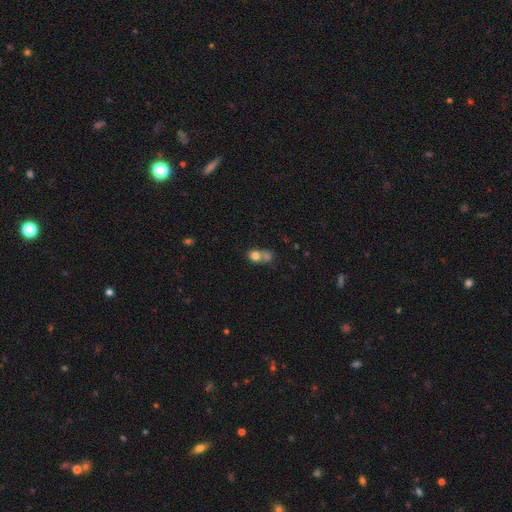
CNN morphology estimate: smooth_or_featured: smooth (p=0.76) [alt: featured or disk p=0.14]
how_rounded: round (p=0.60) [alt: in between p=0.39]
merging: merger (p=0.52) [alt: none p=0.29]